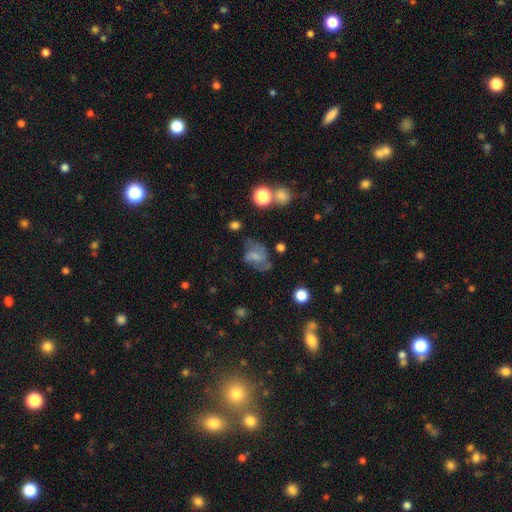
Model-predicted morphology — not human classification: A smooth galaxy with no disk features (47%). Merging: none (46%).